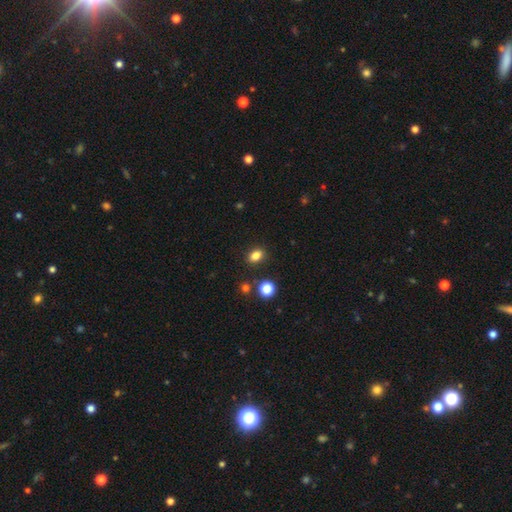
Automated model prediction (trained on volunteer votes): Smooth or featured? smooth (83%)
How rounded? in between (73%)
Merging? none (86%)